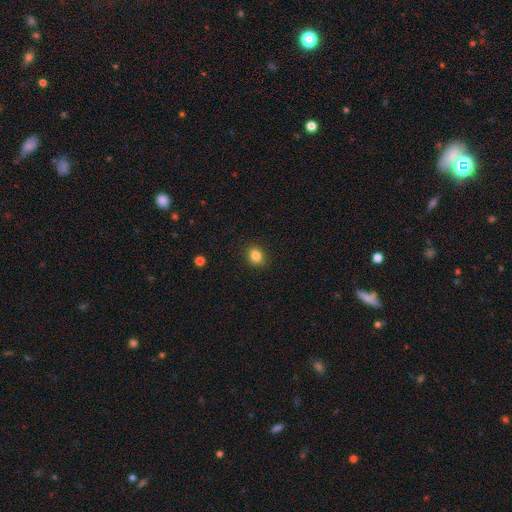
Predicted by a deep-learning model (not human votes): The model was most divided on "how rounded": in between: 54%, round: 45%, cigar-shaped: 1%. More confident: merging — none (88%); smooth or featured — smooth (84%).